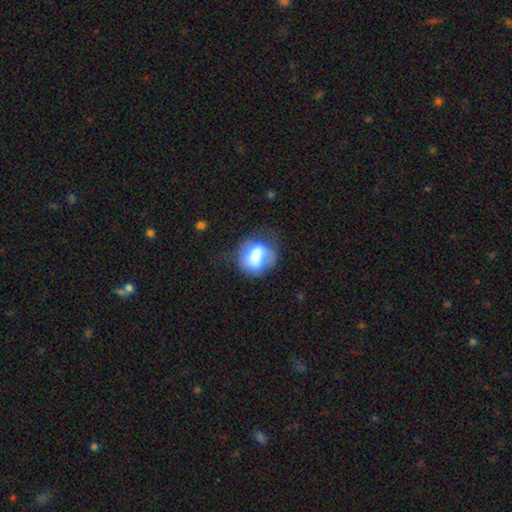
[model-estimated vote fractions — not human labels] Morphology: type=smooth (73%); roundness=round (65%); merging=none (49%).